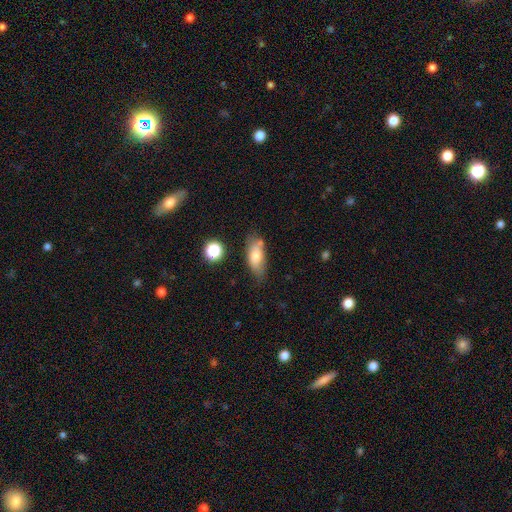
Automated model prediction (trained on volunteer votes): smooth_or_featured: smooth (p=0.73) [alt: featured or disk p=0.19]
how_rounded: in between (p=0.80) [alt: cigar-shaped p=0.16]
merging: none (p=0.61) [alt: minor disturbance p=0.23]